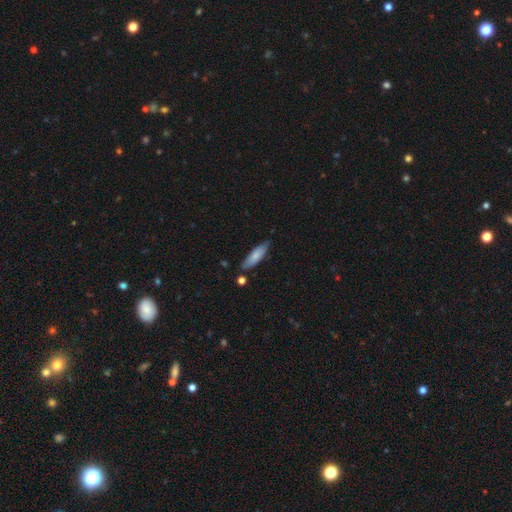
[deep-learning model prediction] Smooth or featured: smooth — 76% (featured or disk — 18%)
How rounded: cigar-shaped — 59% (in between — 40%)
Merging: none — 75% (minor disturbance — 18%)